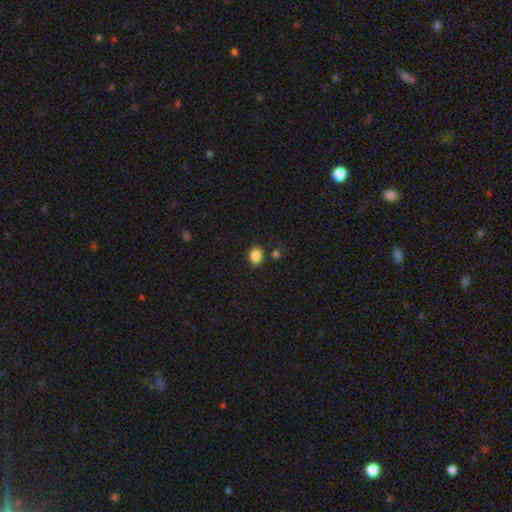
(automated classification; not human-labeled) A smooth galaxy with no disk features (86%) that is round (50%). Merging: none (82%).